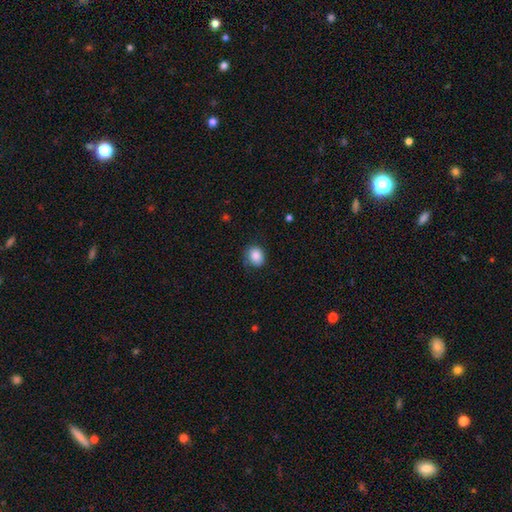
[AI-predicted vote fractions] Overall: smooth (86%). How rounded: round (60%; in between 40%). Merging: none (69%).